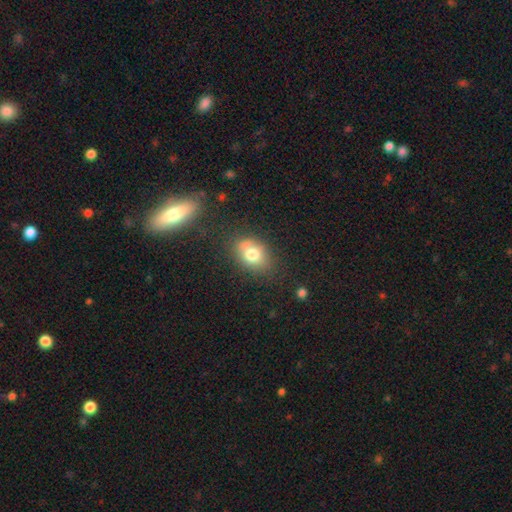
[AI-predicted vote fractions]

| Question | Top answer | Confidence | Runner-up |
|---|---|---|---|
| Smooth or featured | smooth | 68% | star or artifact (18%) |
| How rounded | in between | 72% | round (24%) |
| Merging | none | 76% | minor disturbance (11%) |